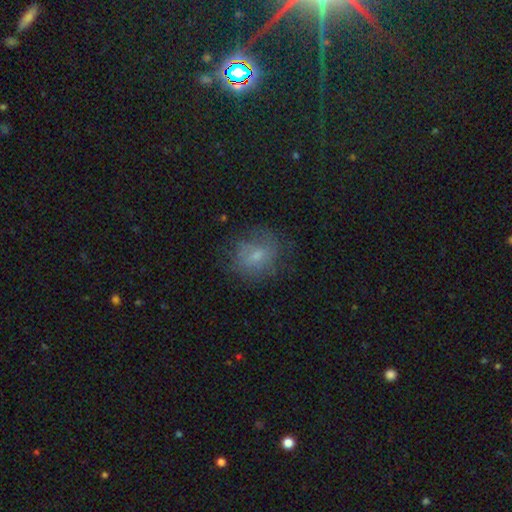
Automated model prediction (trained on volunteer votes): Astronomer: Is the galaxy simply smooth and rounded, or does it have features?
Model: smooth — 58%.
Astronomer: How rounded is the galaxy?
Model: round — 63%.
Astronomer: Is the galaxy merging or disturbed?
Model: none — 63%.